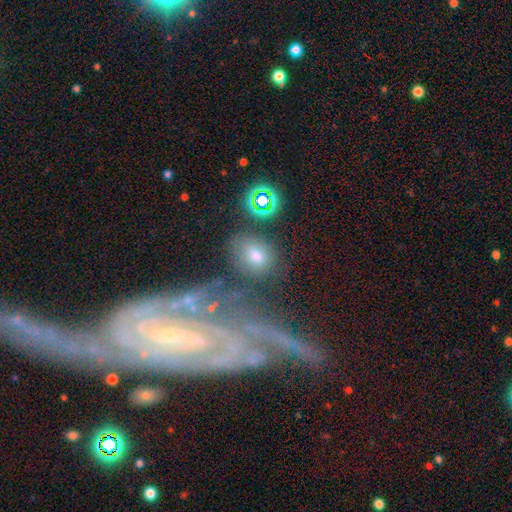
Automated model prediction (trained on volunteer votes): smooth 62%, featured or disk 21%, star or artifact 17%. Down the decision tree: how rounded — in between (58%); merging — none (72%).